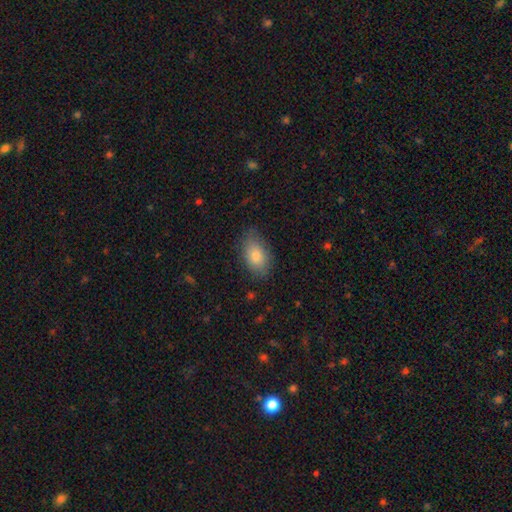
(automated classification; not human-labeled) Smooth or featured? Predicted: smooth (p=0.80). How rounded? Predicted: in between (p=0.90). Merging? Predicted: none (p=0.78).